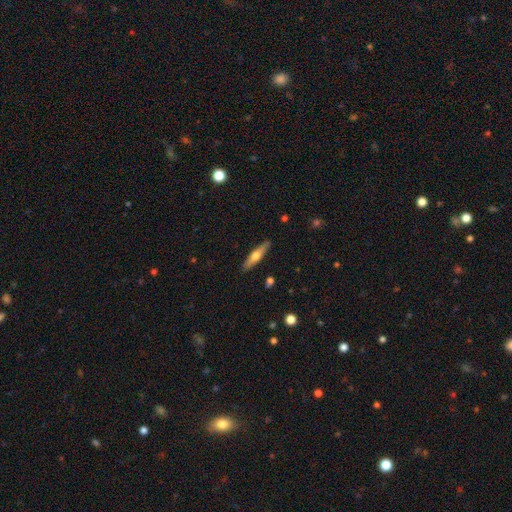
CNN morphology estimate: A featured or disk galaxy (47%, tied with smooth). Merging: none (89%).